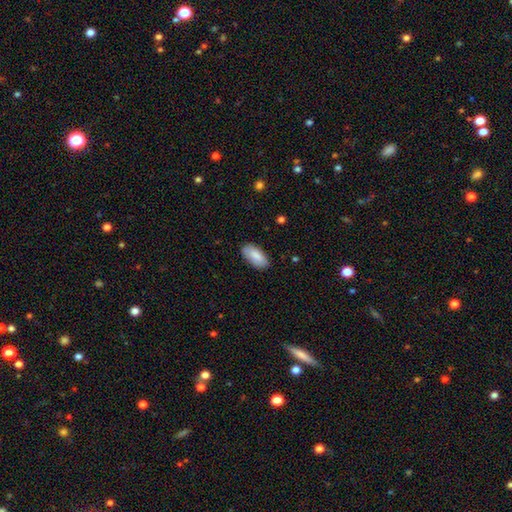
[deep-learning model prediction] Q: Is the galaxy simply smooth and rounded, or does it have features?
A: smooth — 85%.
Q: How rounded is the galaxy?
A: in between — 93%.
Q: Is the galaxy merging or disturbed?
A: none — 83%.